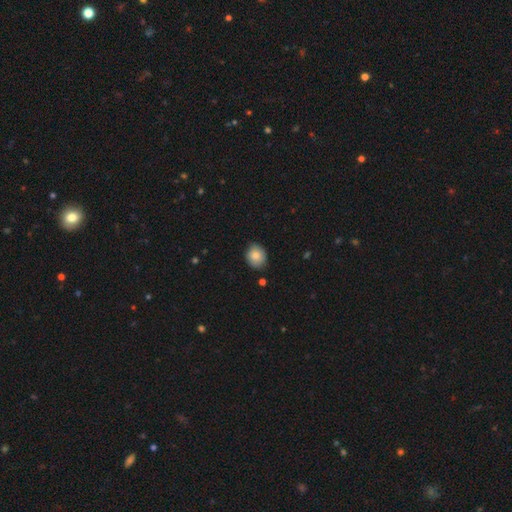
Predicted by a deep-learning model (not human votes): smooth 82%, featured or disk 10%, star or artifact 8%. Down the decision tree: how rounded — round (59%); merging — none (80%).